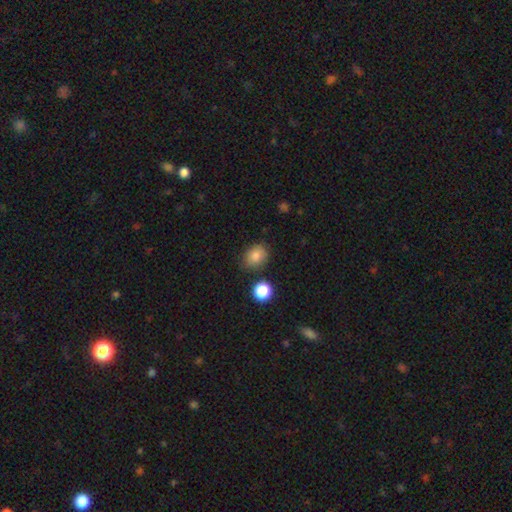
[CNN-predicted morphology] A smooth galaxy with no disk features (82%) that is in between round and cigar-shaped (52%).

Vote fractions:
- Smooth or featured? smooth: 82% / star or artifact: 11% / featured or disk: 7%
- How rounded? in between: 52% / round: 46% / cigar-shaped: 1%
- Merging? none: 77% / minor disturbance: 15% / merger: 4% / major disturbance: 3%